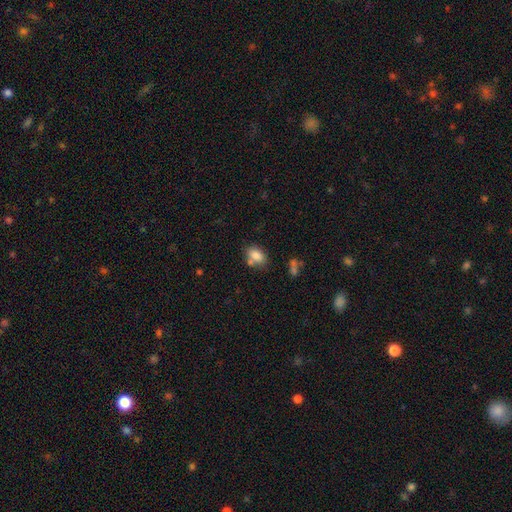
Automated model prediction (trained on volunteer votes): smooth-or-featured: smooth: 82% | featured or disk: 9% | star or artifact: 9%
  how-rounded: in between: 80% | round: 18% | cigar-shaped: 2%
  merging: none: 59% | merger: 19% | minor disturbance: 17% | major disturbance: 5%